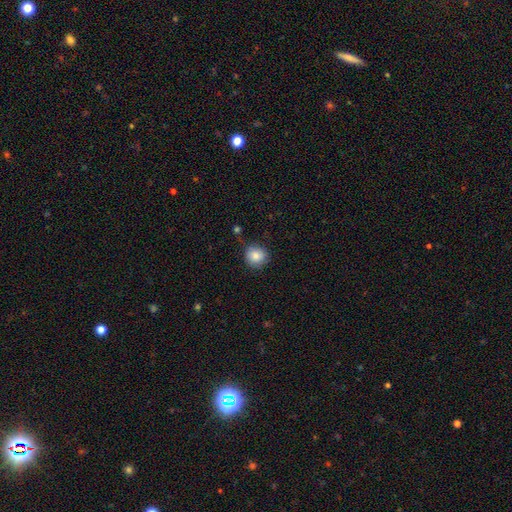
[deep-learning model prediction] The model was most divided on "merging": none: 77%, minor disturbance: 17%, major disturbance: 4%, merger: 3%. More confident: how rounded — round (90%); smooth or featured — smooth (85%).